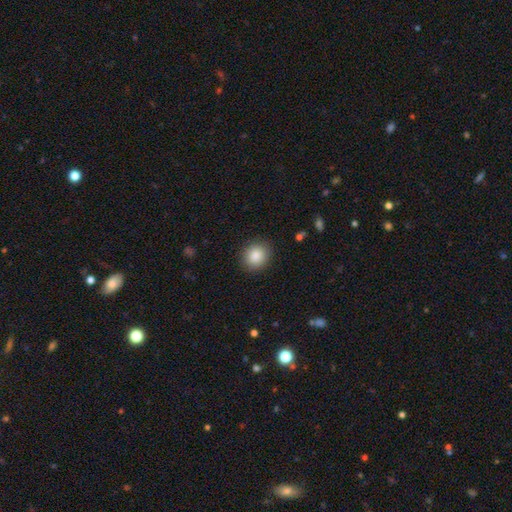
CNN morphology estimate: Smooth or featured? Predicted: smooth (p=0.87). How rounded? Predicted: round (p=0.76). Merging? Predicted: none (p=0.89).